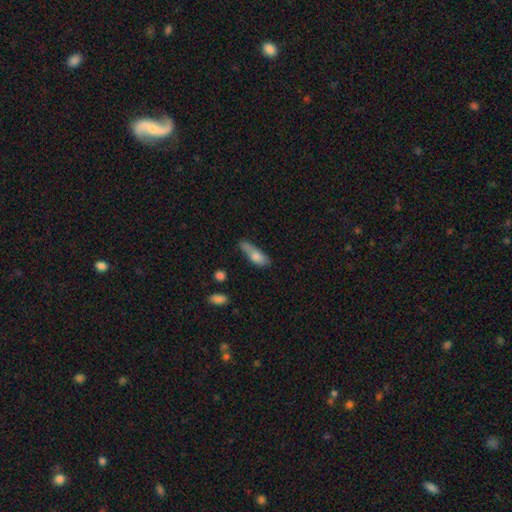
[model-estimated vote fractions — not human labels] Smooth or featured? Predicted: smooth (p=0.75). How rounded? Predicted: in between (p=0.57). Merging? Predicted: none (p=0.43).